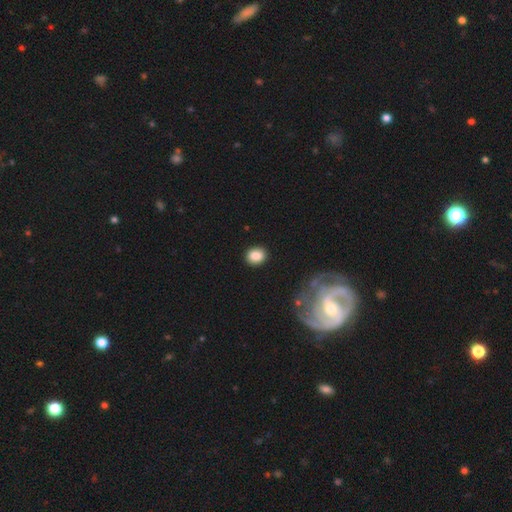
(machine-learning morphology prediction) Smooth or featured? Predicted: smooth (p=0.86). How rounded? Predicted: round (p=0.61). Merging? Predicted: none (p=0.89).